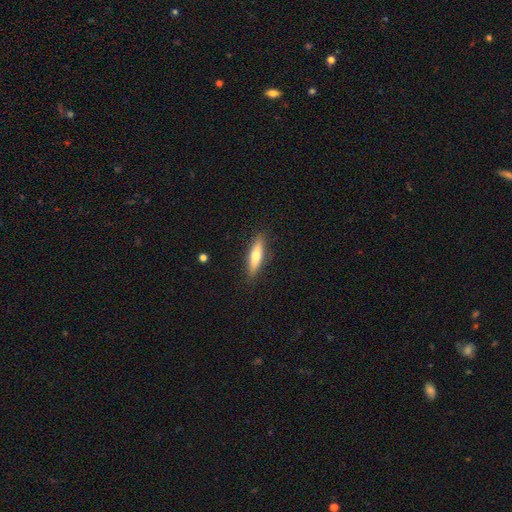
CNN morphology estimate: This is likely a smooth galaxy (63%). How rounded: likely cigar-shaped (69%). Merging: clearly none (88%).